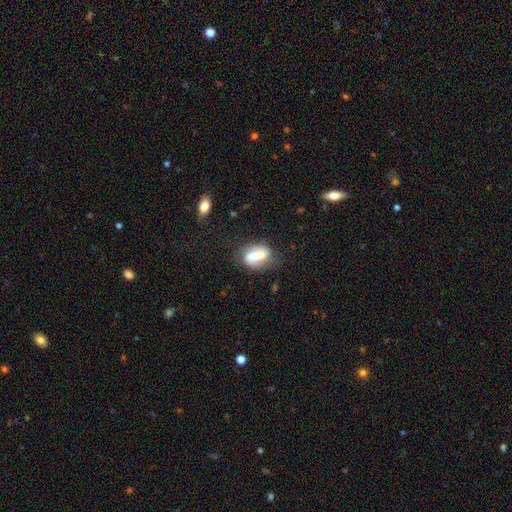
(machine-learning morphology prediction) Q: Smooth or featured?
A: featured or disk (48%); runner-up: smooth (43%)
Q: Merging?
A: none (59%); runner-up: minor disturbance (23%)